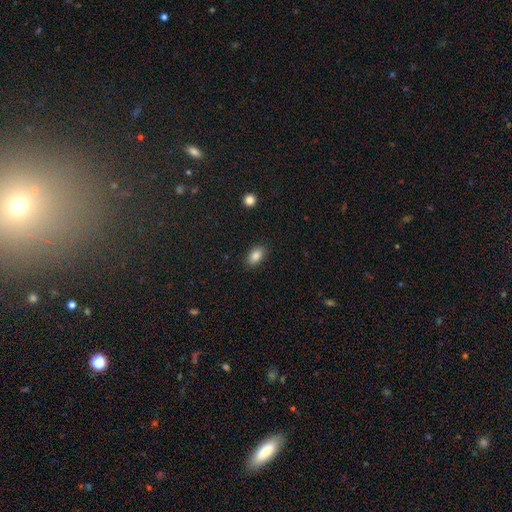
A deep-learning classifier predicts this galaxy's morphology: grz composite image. It shows a smooth galaxy with no disk features (86%) that is in between round and cigar-shaped (89%). Merging: none (87%).